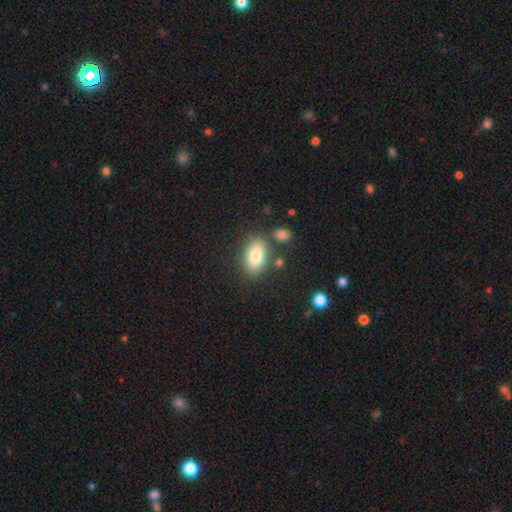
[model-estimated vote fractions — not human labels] Smooth or featured: smooth — 81% (featured or disk — 11%)
How rounded: in between — 89% (round — 9%)
Merging: none — 77% (minor disturbance — 12%)